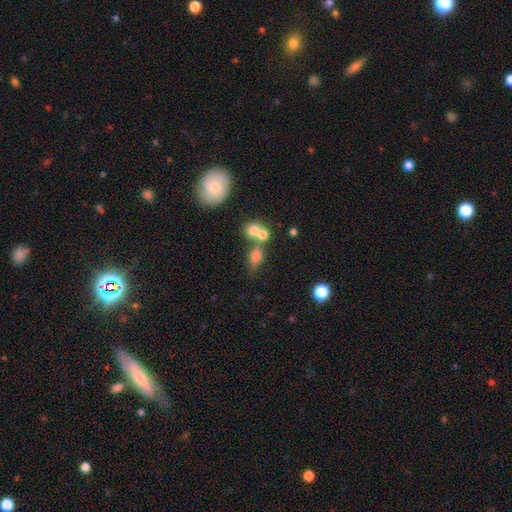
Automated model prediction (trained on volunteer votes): Morphology: type=smooth (69%); roundness=in between (51%); merging=none (41%).